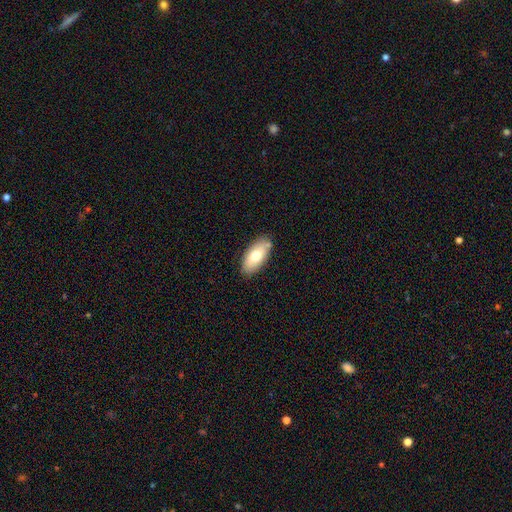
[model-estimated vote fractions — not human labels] Q: Smooth or featured?
A: smooth (71%); runner-up: featured or disk (22%)
Q: How rounded?
A: in between (90%); runner-up: cigar-shaped (7%)
Q: Merging?
A: none (81%); runner-up: minor disturbance (13%)